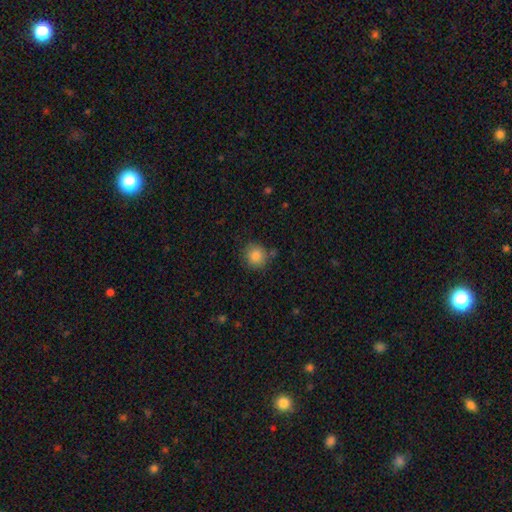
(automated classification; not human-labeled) A smooth galaxy with no disk features (84%) that is round (89%).

Vote fractions:
- Smooth or featured? smooth: 84% / star or artifact: 10% / featured or disk: 6%
- How rounded? round: 89% / in between: 10% / cigar-shaped: 1%
- Merging? none: 78% / minor disturbance: 14% / merger: 5% / major disturbance: 3%